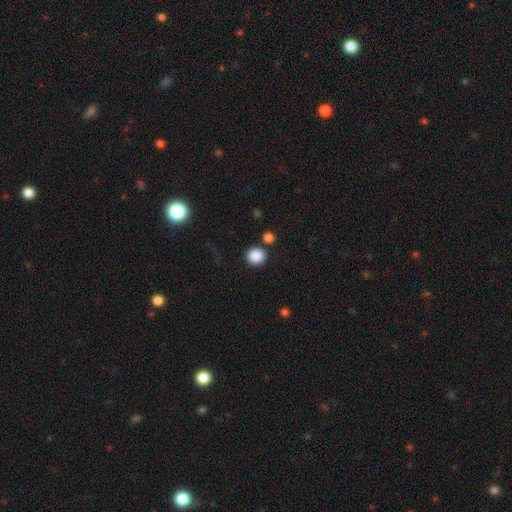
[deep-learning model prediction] smooth_or_featured: smooth (p=0.88) [alt: star or artifact p=0.09]
how_rounded: round (p=0.81) [alt: in between p=0.19]
merging: none (p=0.82) [alt: minor disturbance p=0.08]